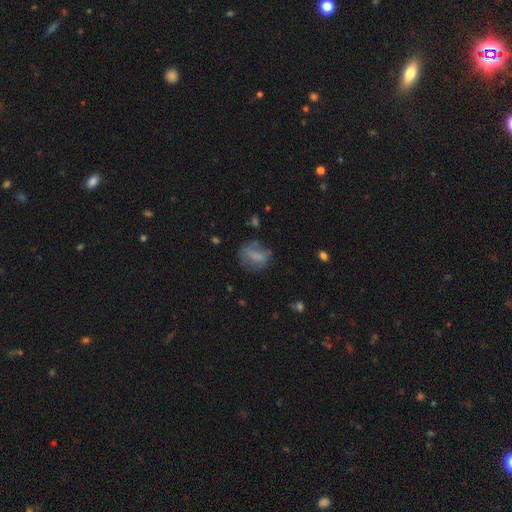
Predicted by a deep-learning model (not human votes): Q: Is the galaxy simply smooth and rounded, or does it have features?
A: smooth — 66%.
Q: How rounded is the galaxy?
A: in between — 57%.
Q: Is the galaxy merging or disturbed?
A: none — 57%.